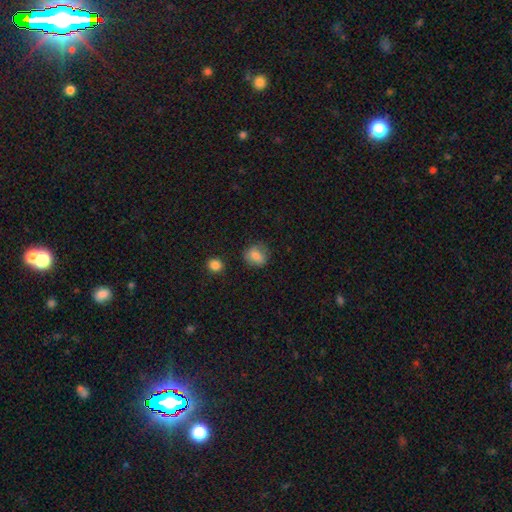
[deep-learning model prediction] smooth-or-featured: smooth: 80% | featured or disk: 11% | star or artifact: 9%
  how-rounded: round: 61% | in between: 38% | cigar-shaped: 1%
  merging: none: 75% | minor disturbance: 18% | major disturbance: 5% | merger: 2%